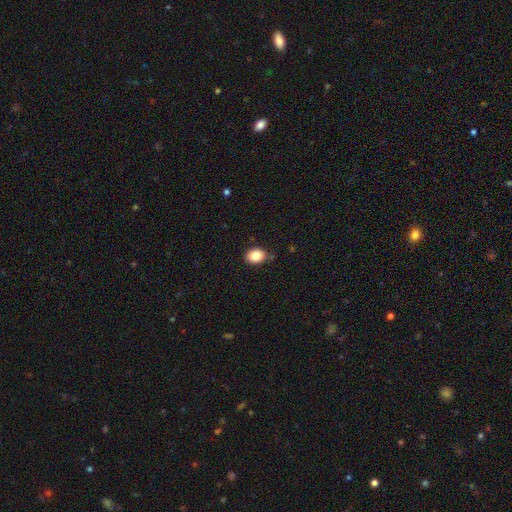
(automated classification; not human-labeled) The model was most divided on "how rounded": in between: 59%, round: 40%, cigar-shaped: 1%. More confident: smooth or featured — smooth (84%); merging — none (81%).